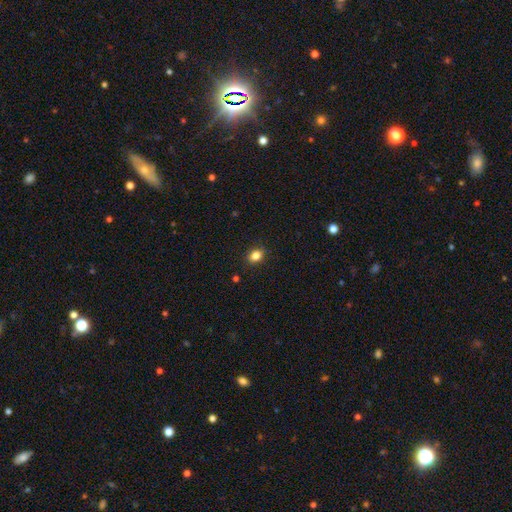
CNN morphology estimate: smooth 84%, star or artifact 11%, featured or disk 5%. Down the decision tree: how rounded — in between (63%); merging — none (89%).